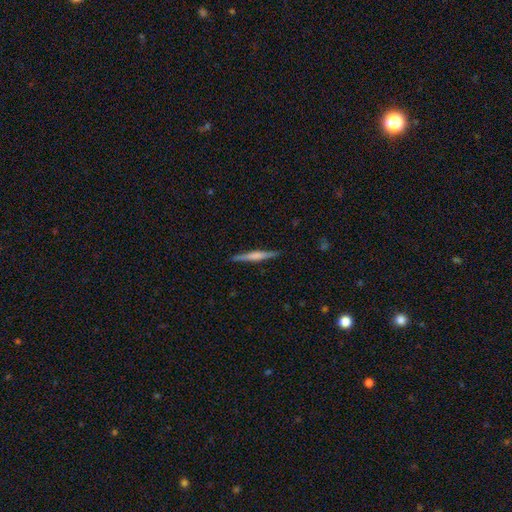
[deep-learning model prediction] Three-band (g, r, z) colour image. It shows a featured or disk galaxy (54%) viewed edge-on (98%) with a rounded central bulge (42%). Merging: none (89%).